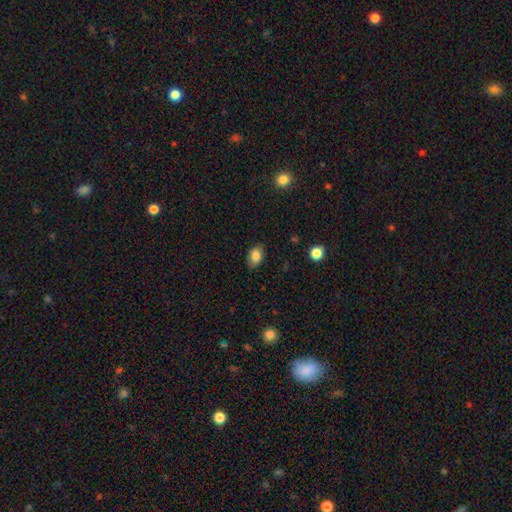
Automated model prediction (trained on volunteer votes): A smooth galaxy with no disk features (83%) that is in between round and cigar-shaped (82%). Merging: none (83%).